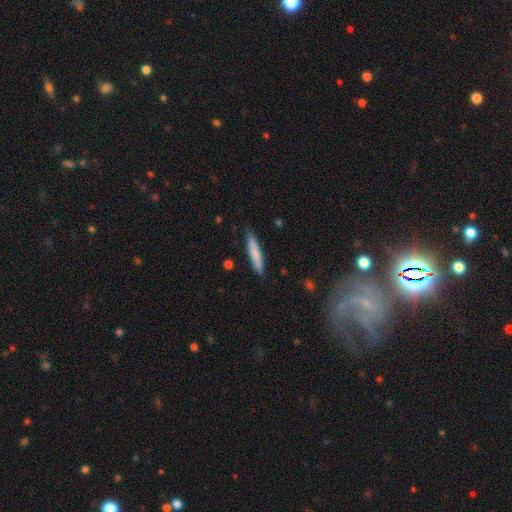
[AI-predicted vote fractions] smooth_or_featured: smooth (p=0.74) [alt: featured or disk p=0.21]
how_rounded: cigar-shaped (p=0.91) [alt: in between p=0.08]
merging: none (p=0.86) [alt: minor disturbance p=0.11]